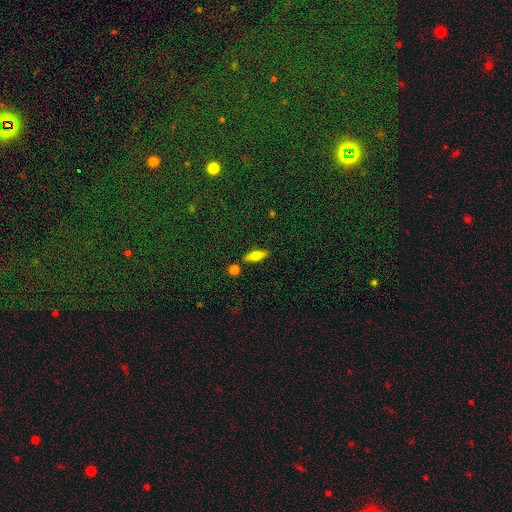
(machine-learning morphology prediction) A smooth galaxy with no disk features (59%) that is in between round and cigar-shaped (51%). Merging: none (83%).